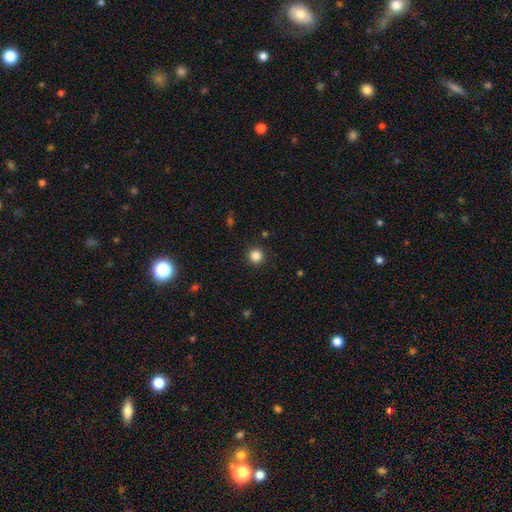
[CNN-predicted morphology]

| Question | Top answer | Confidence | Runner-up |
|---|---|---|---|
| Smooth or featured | smooth | 84% | star or artifact (12%) |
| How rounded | round | 95% | in between (4%) |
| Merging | none | 92% | minor disturbance (5%) |